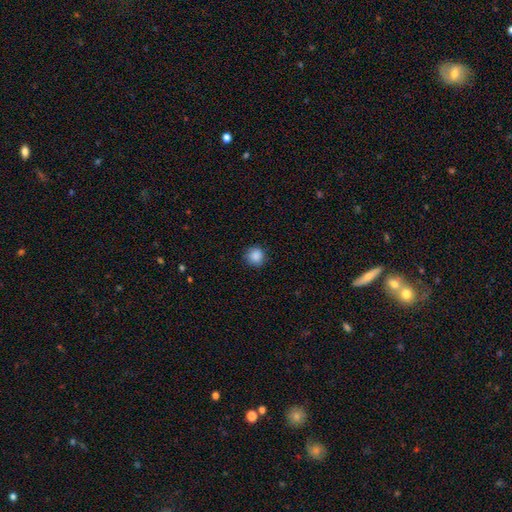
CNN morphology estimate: Smooth or featured? smooth (88%)
How rounded? round (93%)
Merging? none (88%)